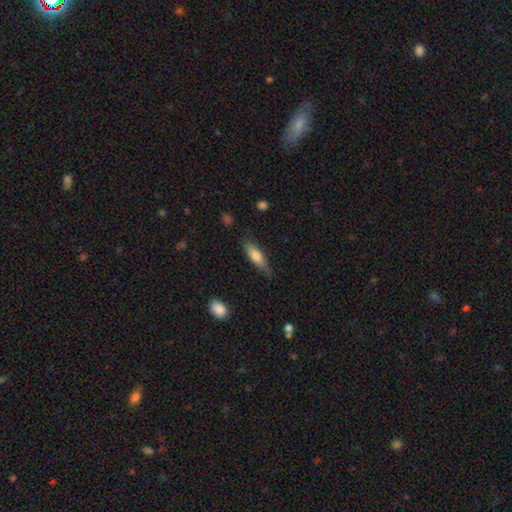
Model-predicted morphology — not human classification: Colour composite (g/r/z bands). It shows a smooth galaxy with no disk features (71%) that is cigar-shaped (54%). Merging: none (69%).